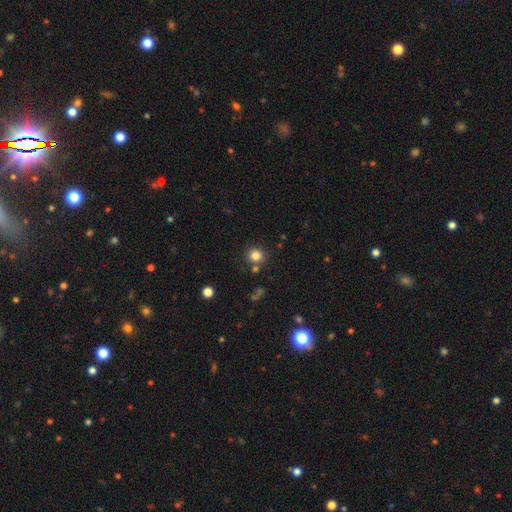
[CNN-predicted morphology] Q: Smooth or featured?
A: smooth (82%); runner-up: star or artifact (12%)
Q: How rounded?
A: round (90%); runner-up: in between (9%)
Q: Merging?
A: none (81%); runner-up: minor disturbance (8%)